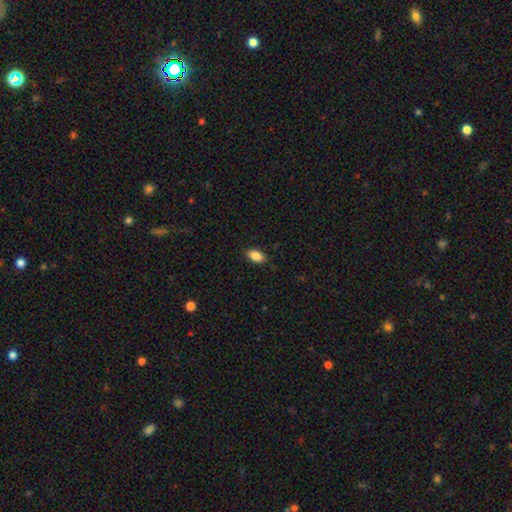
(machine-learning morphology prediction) Q: Smooth or featured?
A: smooth (87%); runner-up: star or artifact (8%)
Q: How rounded?
A: in between (91%); runner-up: round (7%)
Q: Merging?
A: none (87%); runner-up: minor disturbance (10%)